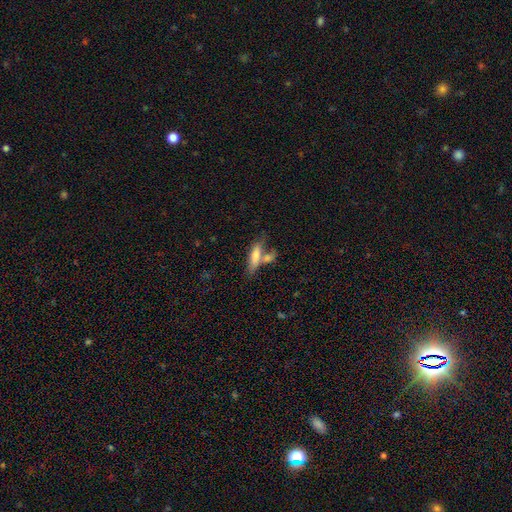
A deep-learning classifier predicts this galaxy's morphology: The model was most divided on "merging": none: 44%, merger: 36%, minor disturbance: 14%, major disturbance: 6%. More confident: smooth or featured — smooth (64%); how rounded — cigar-shaped (61%).